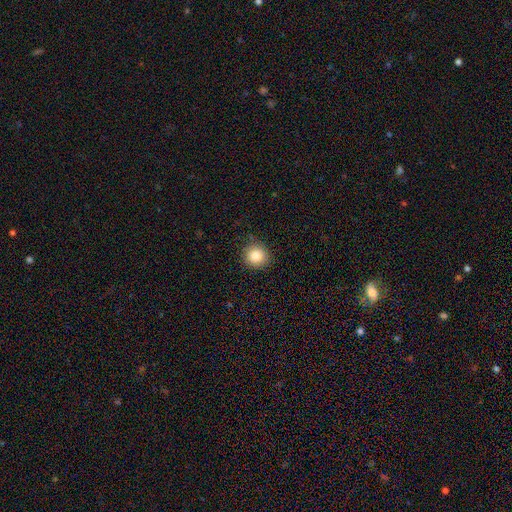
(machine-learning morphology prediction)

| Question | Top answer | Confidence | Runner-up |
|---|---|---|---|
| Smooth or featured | smooth | 85% | star or artifact (10%) |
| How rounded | round | 91% | in between (8%) |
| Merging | none | 87% | minor disturbance (9%) |